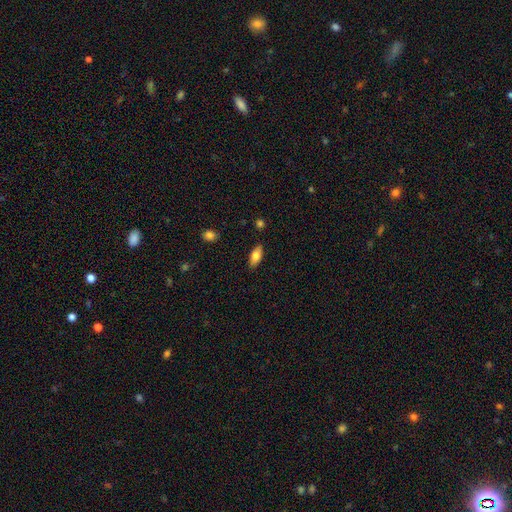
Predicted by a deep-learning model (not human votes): A smooth galaxy with no disk features (76%) that is in between round and cigar-shaped (85%).

Vote fractions:
- Smooth or featured? smooth: 76% / featured or disk: 18% / star or artifact: 7%
- How rounded? in between: 85% / cigar-shaped: 12% / round: 3%
- Merging? none: 86% / minor disturbance: 10% / major disturbance: 2% / merger: 1%